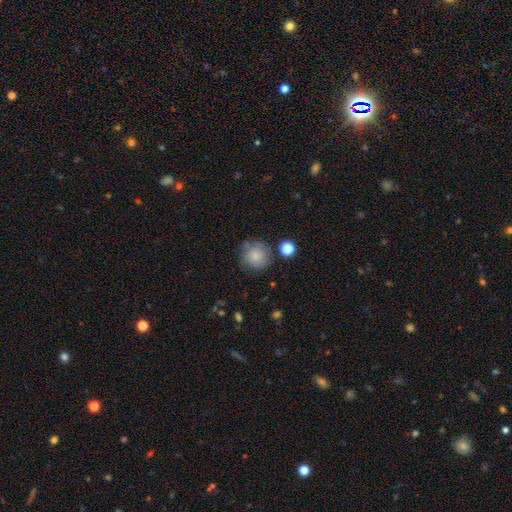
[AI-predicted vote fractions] Q: Smooth or featured?
A: smooth (81%); runner-up: featured or disk (10%)
Q: How rounded?
A: round (91%); runner-up: in between (8%)
Q: Merging?
A: none (74%); runner-up: minor disturbance (16%)